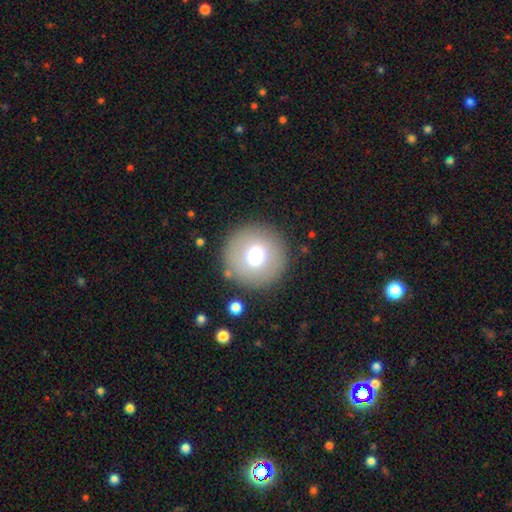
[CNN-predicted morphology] Smooth or featured: smooth — 70% (featured or disk — 18%)
How rounded: round — 97% (in between — 2%)
Merging: none — 88% (minor disturbance — 7%)